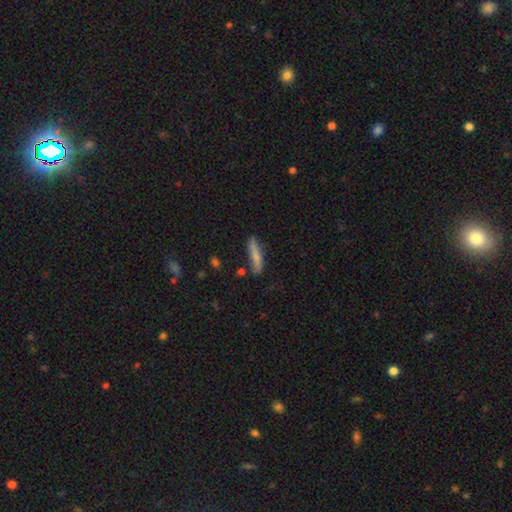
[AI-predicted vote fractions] This is likely a smooth galaxy (69%). How rounded: clearly cigar-shaped (87%). Merging: likely none (71%).